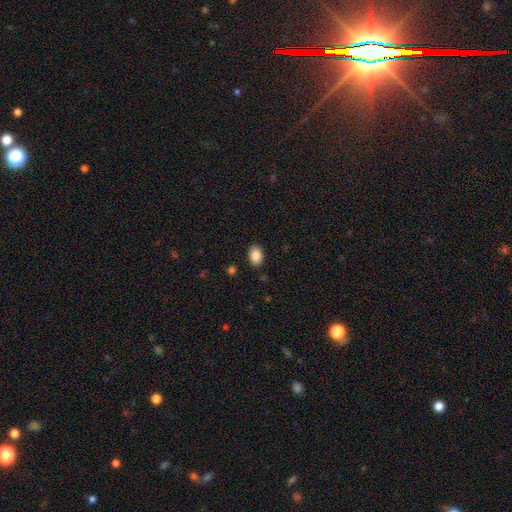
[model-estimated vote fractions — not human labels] This is clearly a smooth galaxy (88%). How rounded: clearly in between (85%). Merging: clearly none (88%).